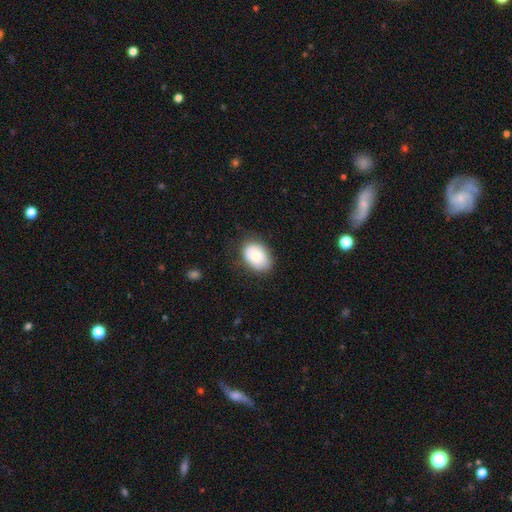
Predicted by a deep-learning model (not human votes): The model was most divided on "merging": none: 73%, minor disturbance: 20%, major disturbance: 5%, merger: 1%. More confident: how rounded — in between (81%); smooth or featured — smooth (76%).